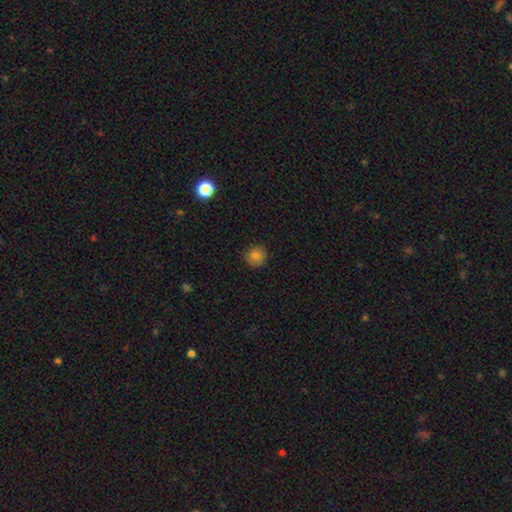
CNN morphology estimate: A smooth galaxy with no disk features (81%) that is round (92%).

Vote fractions:
- Smooth or featured? smooth: 81% / star or artifact: 11% / featured or disk: 8%
- How rounded? round: 92% / in between: 7% / cigar-shaped: 1%
- Merging? none: 88% / minor disturbance: 9% / major disturbance: 2% / merger: 1%